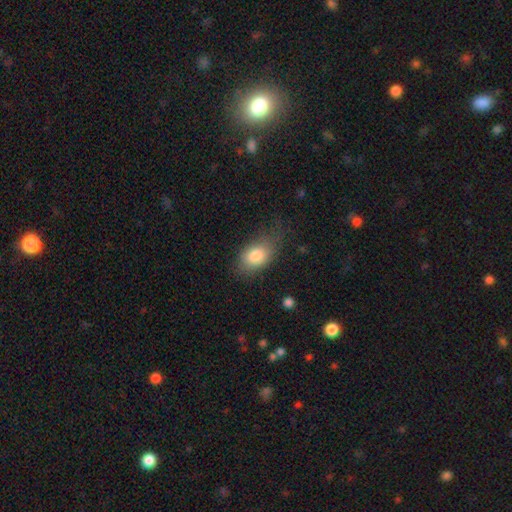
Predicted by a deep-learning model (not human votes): smooth-or-featured: smooth: 82% | featured or disk: 10% | star or artifact: 8%
  how-rounded: in between: 85% | round: 13% | cigar-shaped: 2%
  merging: none: 56% | minor disturbance: 28% | major disturbance: 14% | merger: 2%